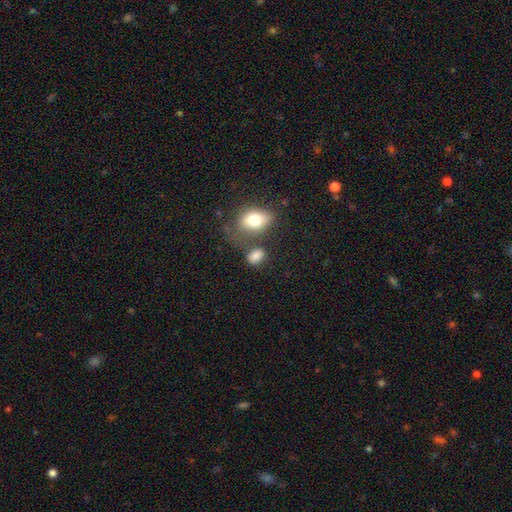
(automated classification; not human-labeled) Smooth or featured? smooth (83%)
How rounded? in between (79%)
Merging? none (57%)